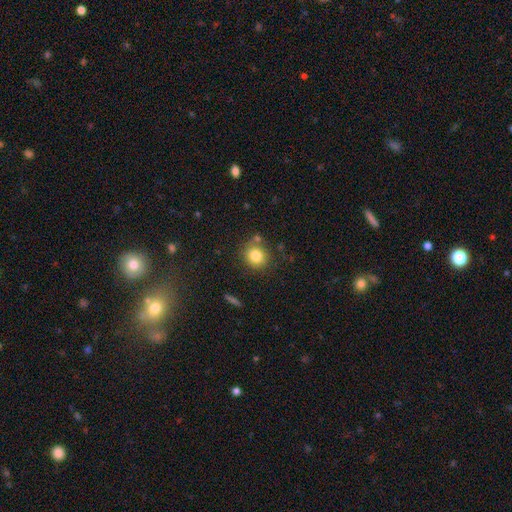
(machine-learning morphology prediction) Smooth or featured? Predicted: smooth (p=0.82). How rounded? Predicted: round (p=0.84). Merging? Predicted: none (p=0.77).